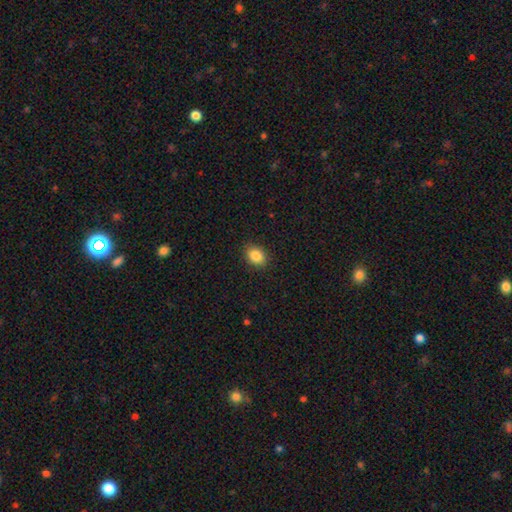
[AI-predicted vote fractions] Smooth or featured?
  - smooth: 86% *
  - star or artifact: 9%
  - featured or disk: 5%
How rounded?
  - in between: 67% *
  - round: 32%
  - cigar-shaped: 1%
Merging?
  - none: 89% *
  - minor disturbance: 8%
  - major disturbance: 2%
  - merger: 1%